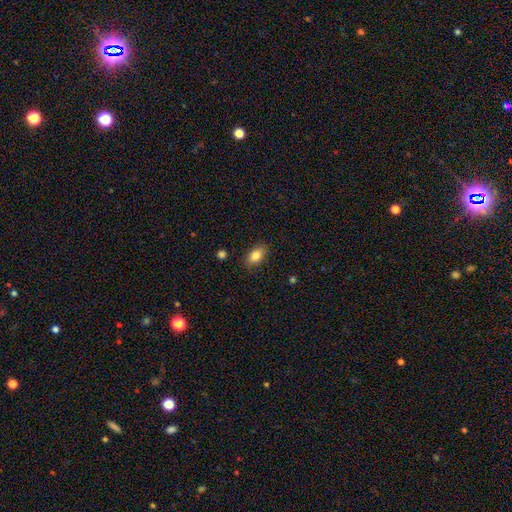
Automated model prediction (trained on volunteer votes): Smooth or featured?
  - smooth: 83% *
  - featured or disk: 9%
  - star or artifact: 8%
How rounded?
  - in between: 87% *
  - round: 9%
  - cigar-shaped: 3%
Merging?
  - none: 84% *
  - minor disturbance: 12%
  - major disturbance: 3%
  - merger: 1%